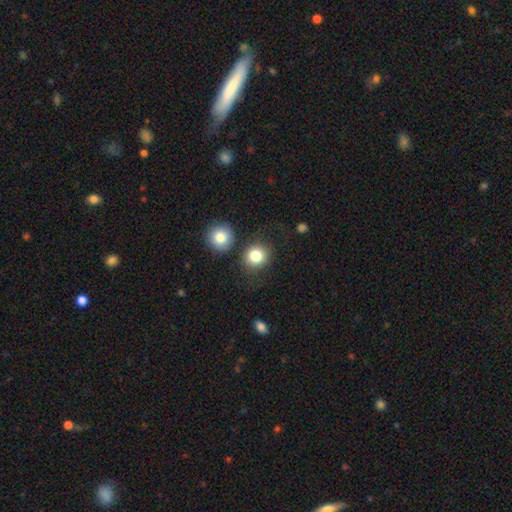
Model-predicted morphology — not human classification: Smooth or featured? Predicted: smooth (p=0.83). How rounded? Predicted: round (p=0.83). Merging? Predicted: none (p=0.76).